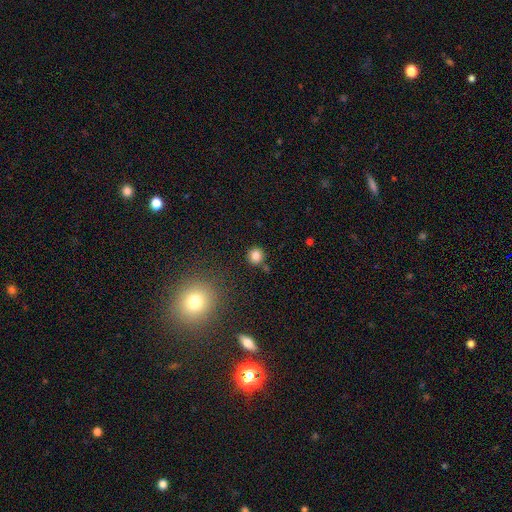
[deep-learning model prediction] Smooth or featured? smooth (82%)
How rounded? round (92%)
Merging? none (84%)